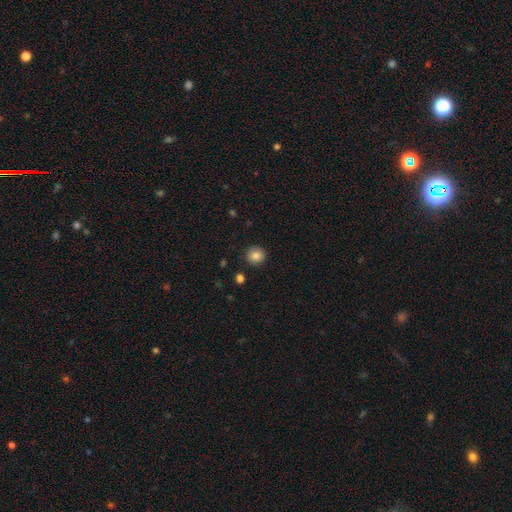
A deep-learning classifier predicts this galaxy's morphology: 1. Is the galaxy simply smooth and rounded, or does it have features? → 84% smooth, 9% star or artifact, 6% featured or disk.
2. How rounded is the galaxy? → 93% round, 6% in between, 1% cigar-shaped.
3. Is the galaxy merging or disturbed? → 90% none, 7% minor disturbance, 2% major disturbance, 2% merger.